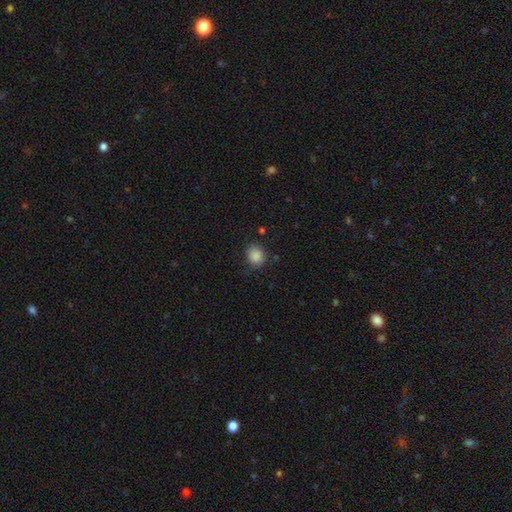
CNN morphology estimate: A smooth galaxy with no disk features (87%) that is round (72%).

Vote fractions:
- Smooth or featured? smooth: 87% / star or artifact: 9% / featured or disk: 4%
- How rounded? round: 72% / in between: 27% / cigar-shaped: 1%
- Merging? none: 79% / minor disturbance: 16% / major disturbance: 4% / merger: 2%